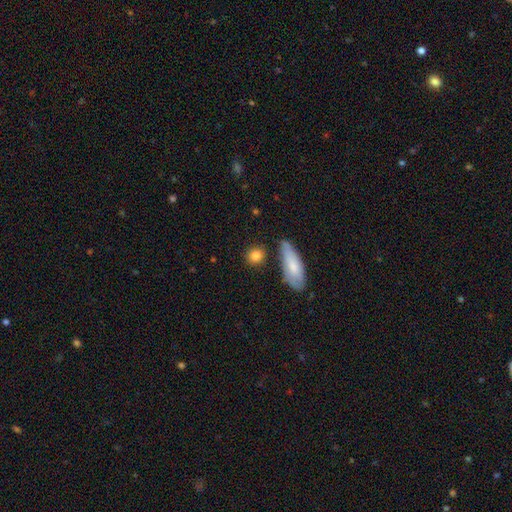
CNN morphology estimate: Smooth or featured? smooth (84%)
How rounded? round (74%)
Merging? none (80%)